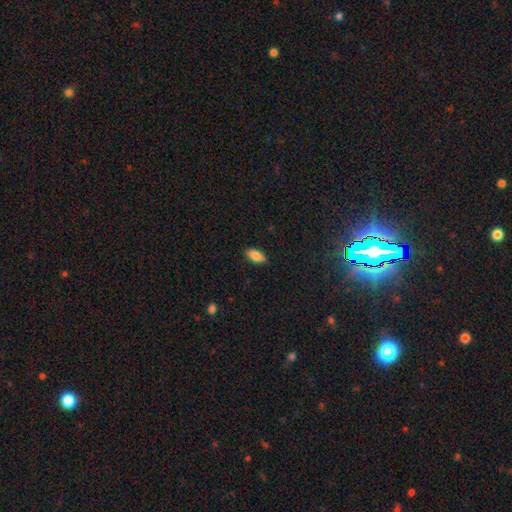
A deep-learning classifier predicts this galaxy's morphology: Overall: smooth (86%). How rounded: in between (91%). Merging: none (87%).